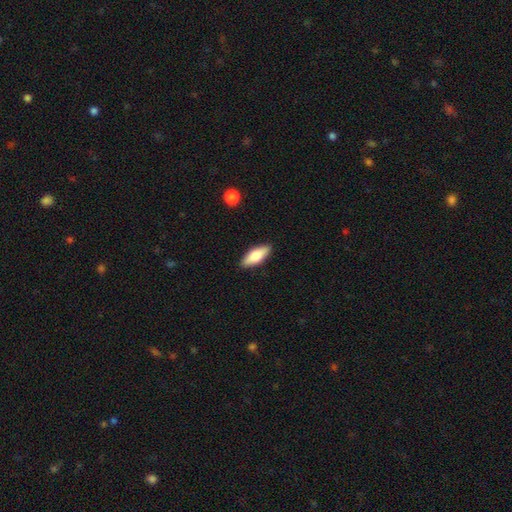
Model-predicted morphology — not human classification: type=smooth (68%); roundness=in between (69%); merging=none (89%).